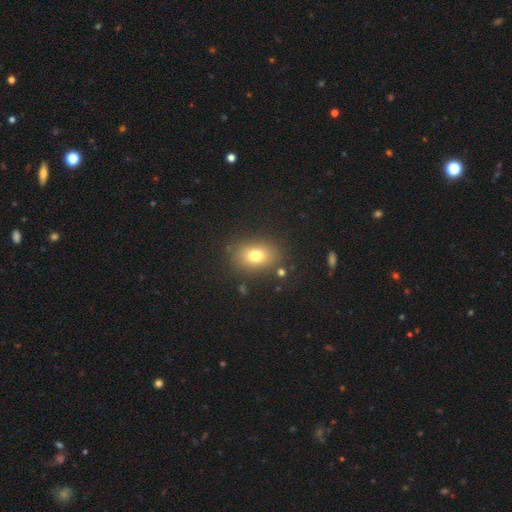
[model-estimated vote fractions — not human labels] smooth-or-featured: smooth: 75% | star or artifact: 13% | featured or disk: 12%
  how-rounded: in between: 66% | round: 32% | cigar-shaped: 1%
  merging: none: 82% | minor disturbance: 11% | major disturbance: 4% | merger: 3%